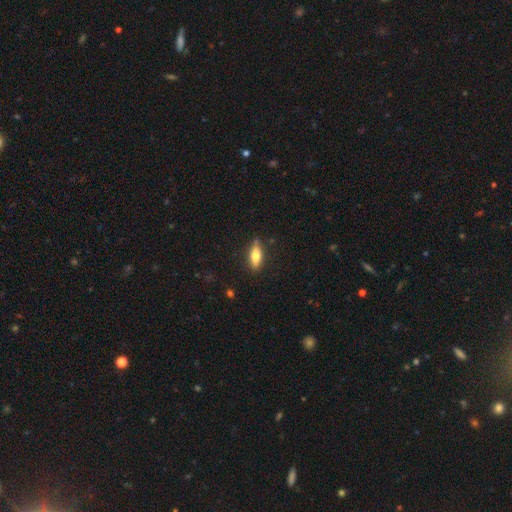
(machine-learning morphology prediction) smooth 67%, featured or disk 26%, star or artifact 7%. Down the decision tree: how rounded — in between (65%); merging — none (81%).